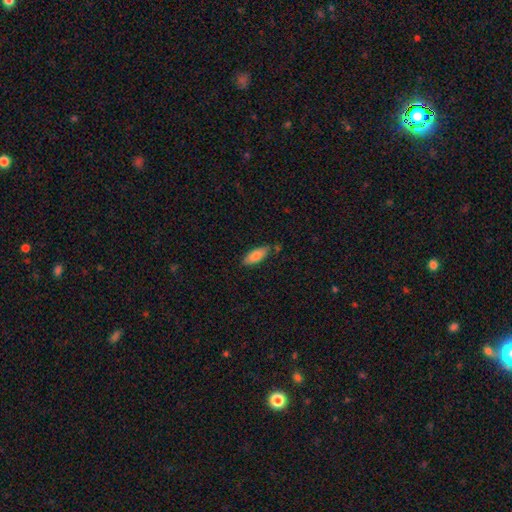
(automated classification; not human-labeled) This is likely a smooth galaxy (78%). How rounded: likely in between (74%). Merging: likely none (74%).